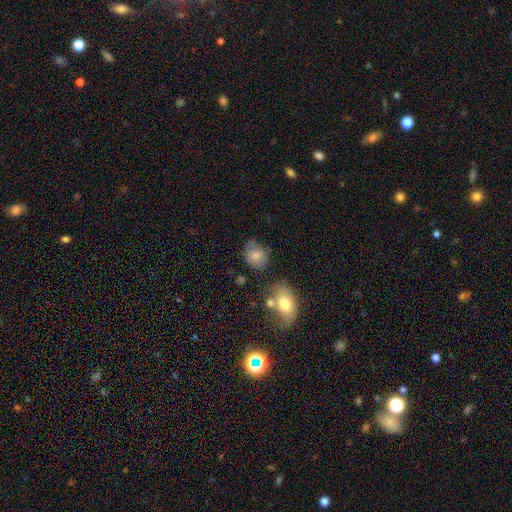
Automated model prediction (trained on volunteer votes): Smooth or featured? Predicted: smooth (p=0.77). How rounded? Predicted: in between (p=0.50). Merging? Predicted: none (p=0.58).